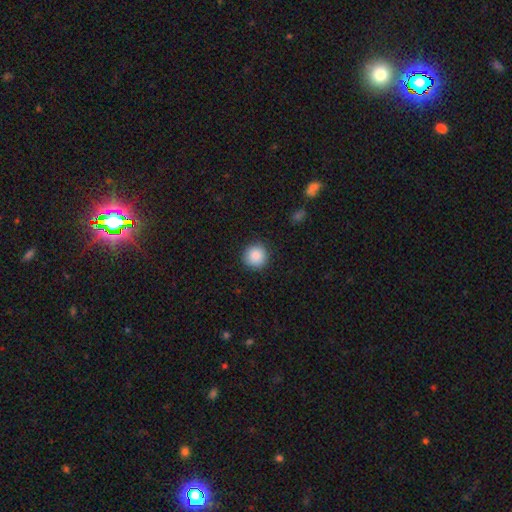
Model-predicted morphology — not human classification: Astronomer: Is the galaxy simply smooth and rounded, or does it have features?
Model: smooth — 88%.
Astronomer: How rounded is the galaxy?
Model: round — 94%.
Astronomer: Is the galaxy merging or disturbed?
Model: none — 91%.